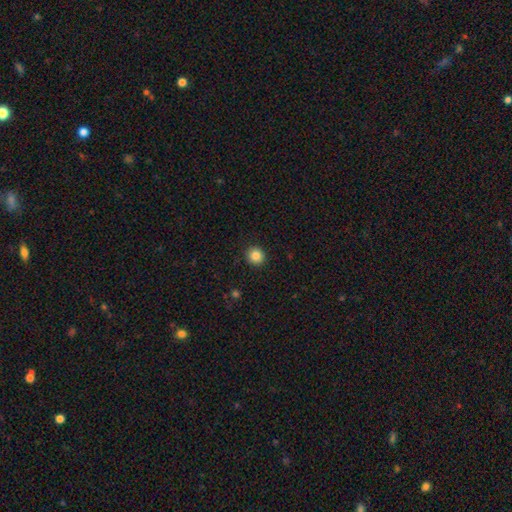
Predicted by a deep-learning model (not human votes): This is clearly a smooth galaxy (86%). How rounded: clearly round (93%). Merging: clearly none (92%).